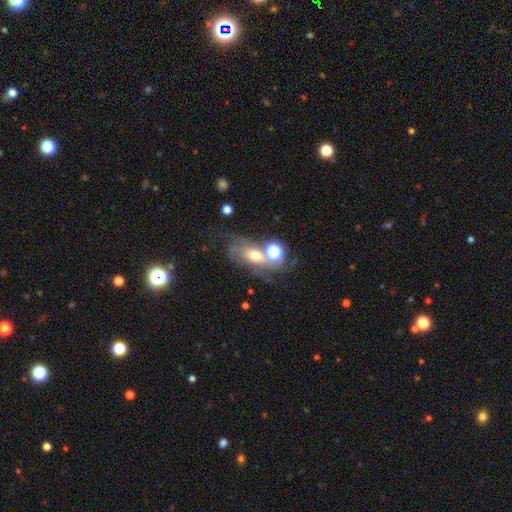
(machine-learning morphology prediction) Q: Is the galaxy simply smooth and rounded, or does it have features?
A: smooth — 41%.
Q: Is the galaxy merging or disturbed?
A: none — 36%.